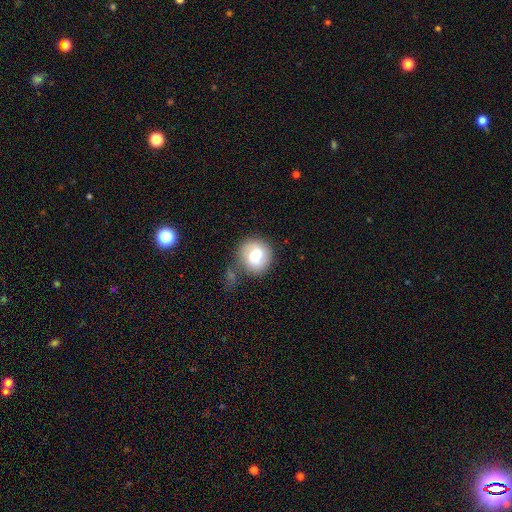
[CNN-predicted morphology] Q: Smooth or featured?
A: smooth (67%); runner-up: featured or disk (26%)
Q: How rounded?
A: round (87%); runner-up: in between (12%)
Q: Merging?
A: none (64%); runner-up: minor disturbance (17%)